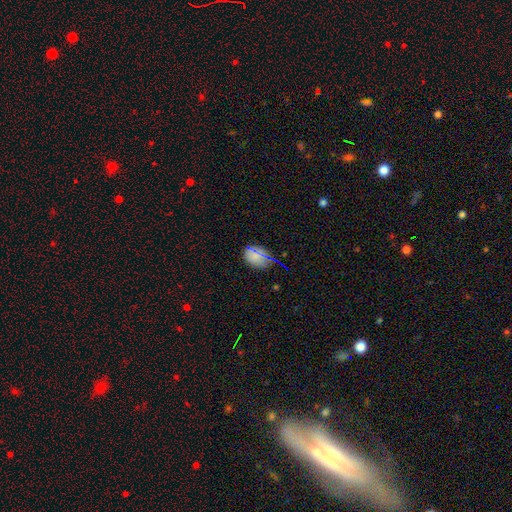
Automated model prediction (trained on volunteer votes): A smooth galaxy with no disk features (69%) that is in between round and cigar-shaped (68%). Merging: none (76%).